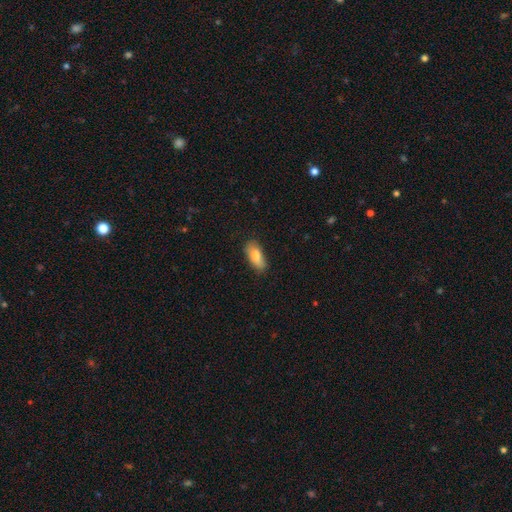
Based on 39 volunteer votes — A smooth galaxy with no disk features (74%) that is in between round and cigar-shaped (83%). Merging: none (73%).